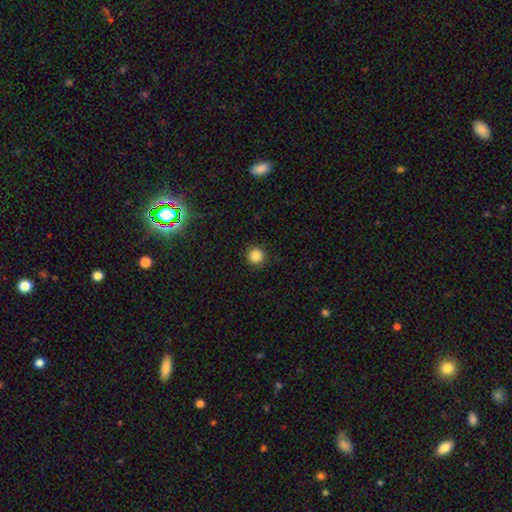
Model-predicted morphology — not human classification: Overall: smooth (85%). How rounded: round (95%). Merging: none (91%).